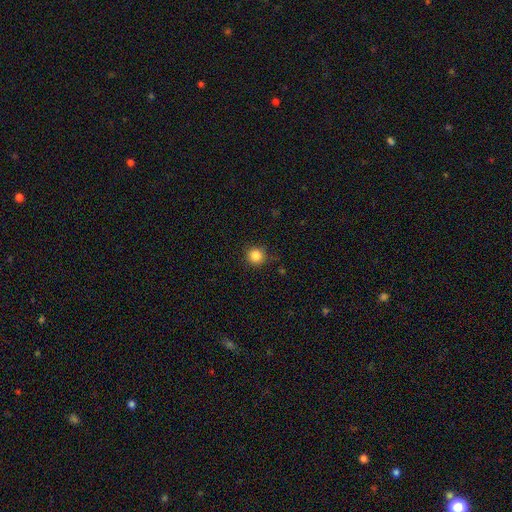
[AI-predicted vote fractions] Smooth or featured? smooth (85%)
How rounded? round (94%)
Merging? none (87%)